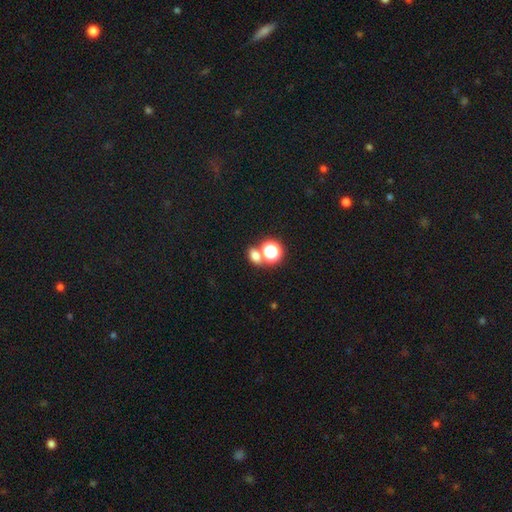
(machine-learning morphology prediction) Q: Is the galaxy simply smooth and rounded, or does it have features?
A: smooth — 69%.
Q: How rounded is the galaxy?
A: in between — 56%.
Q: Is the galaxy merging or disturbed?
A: none — 58%.